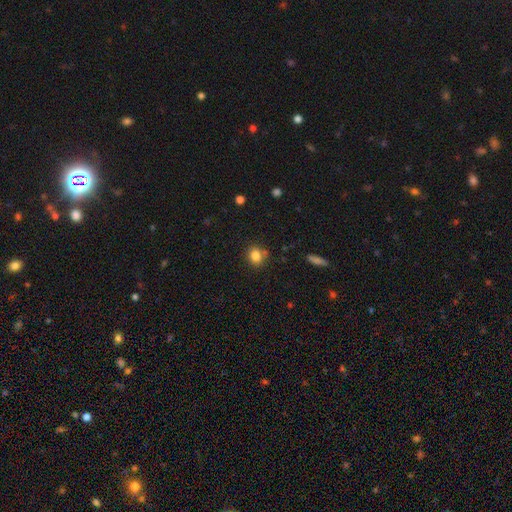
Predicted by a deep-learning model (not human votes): Smooth or featured?
  - smooth: 83% *
  - star or artifact: 11%
  - featured or disk: 6%
How rounded?
  - round: 67% *
  - in between: 32%
  - cigar-shaped: 1%
Merging?
  - none: 76% *
  - minor disturbance: 14%
  - merger: 7%
  - major disturbance: 4%